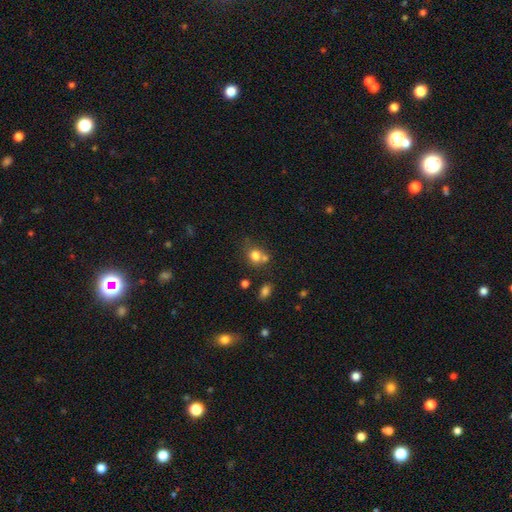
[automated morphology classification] Smooth or featured: smooth — 76% (star or artifact — 13%)
How rounded: round — 71% (in between — 28%)
Merging: none — 48% (merger — 35%)